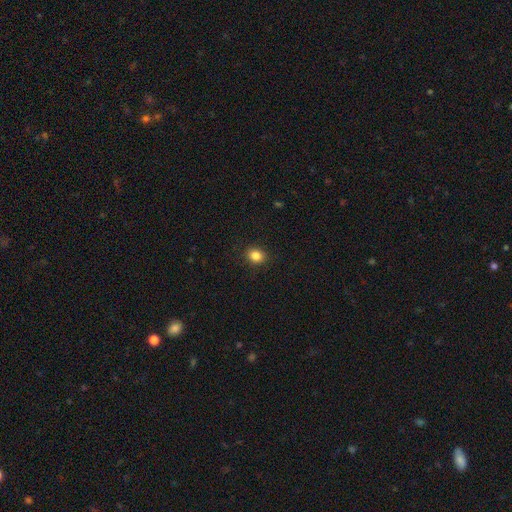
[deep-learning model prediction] The model was most divided on "how rounded": round: 60%, in between: 39%, cigar-shaped: 1%. More confident: merging — none (90%); smooth or featured — smooth (85%).